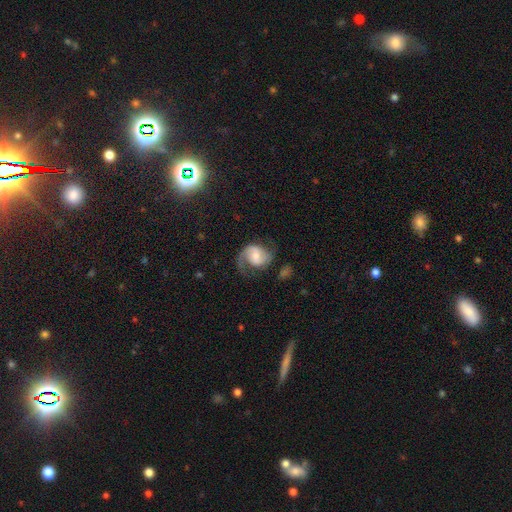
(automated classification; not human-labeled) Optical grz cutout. It shows a featured or disk galaxy (78%) with no bar (45%), 2 (77%) medium (47%) spiral arms (95%) and a moderate central bulge (45%). Merging: none (60%).